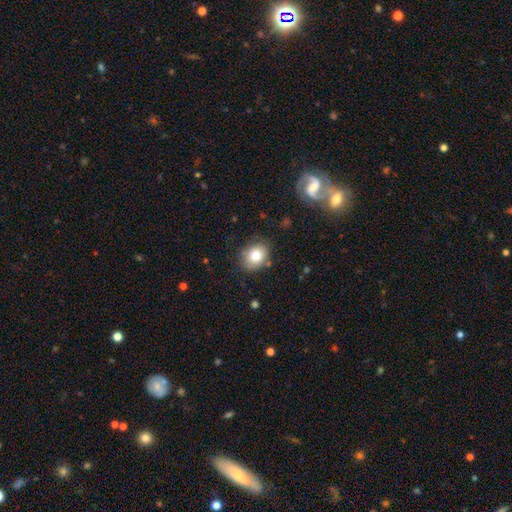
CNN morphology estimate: Smooth or featured? Predicted: smooth (p=0.78). How rounded? Predicted: round (p=0.51). Merging? Predicted: none (p=0.80).